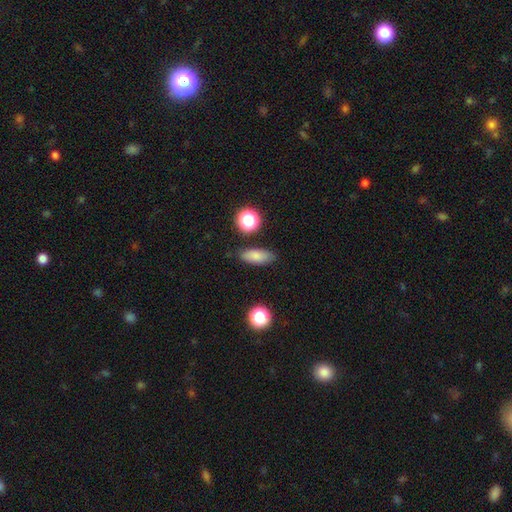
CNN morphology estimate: smooth_or_featured: smooth (p=0.80) [alt: star or artifact p=0.10]
how_rounded: in between (p=0.75) [alt: cigar-shaped p=0.18]
merging: none (p=0.81) [alt: minor disturbance p=0.13]